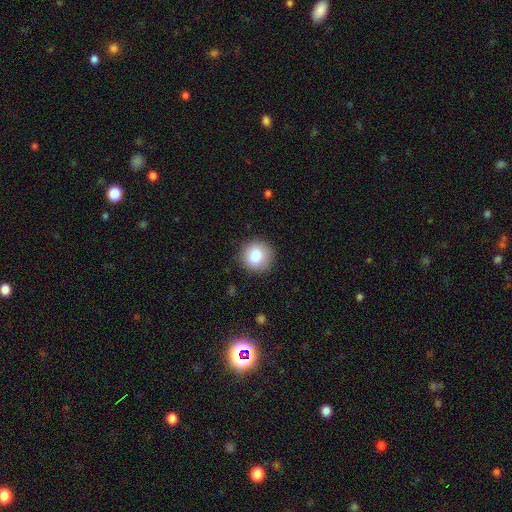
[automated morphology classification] This is clearly a smooth galaxy (85%). How rounded: clearly round (92%). Merging: clearly none (87%).